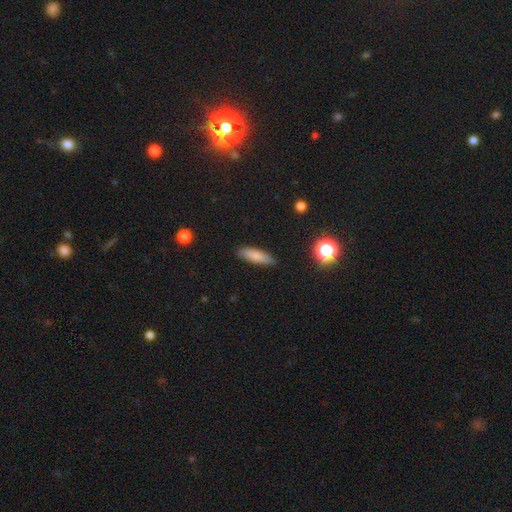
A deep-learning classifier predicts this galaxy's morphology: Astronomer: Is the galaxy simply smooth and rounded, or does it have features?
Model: smooth — 80%.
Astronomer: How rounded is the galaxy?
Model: cigar-shaped — 59% (runner-up: in between, 39%).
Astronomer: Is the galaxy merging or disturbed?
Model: none — 85%.